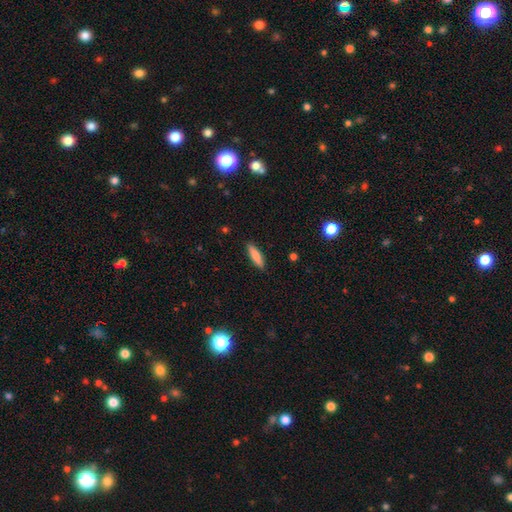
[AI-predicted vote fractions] This appears to be a smooth galaxy with no disk features (79%) that is cigar-shaped (68%). Merging: none (89%).